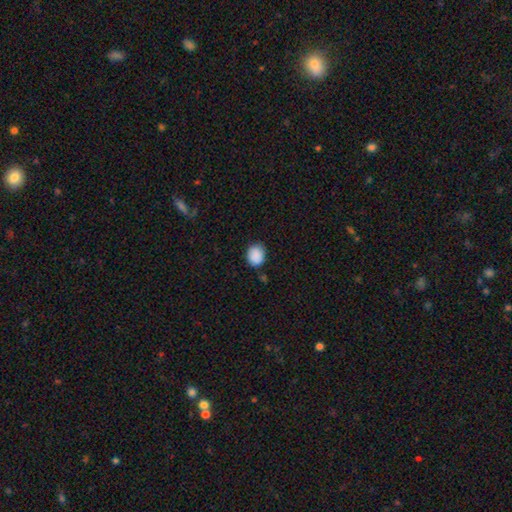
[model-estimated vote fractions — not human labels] smooth_or_featured: smooth (p=0.89) [alt: star or artifact p=0.08]
how_rounded: round (p=0.52) [alt: in between p=0.47]
merging: none (p=0.78) [alt: minor disturbance p=0.17]